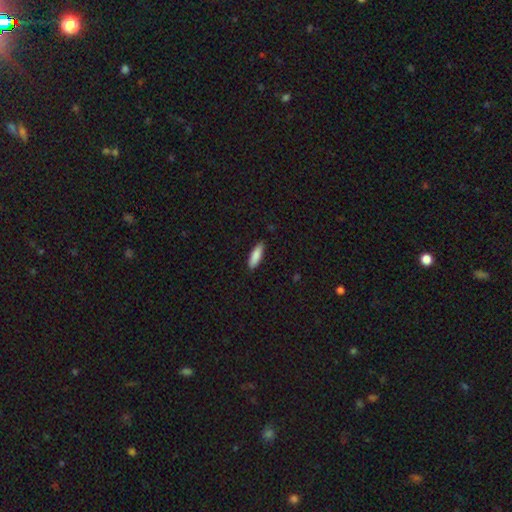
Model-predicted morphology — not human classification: This appears to be a smooth galaxy with no disk features (87%) that is in between round and cigar-shaped (52%). Merging: none (87%).